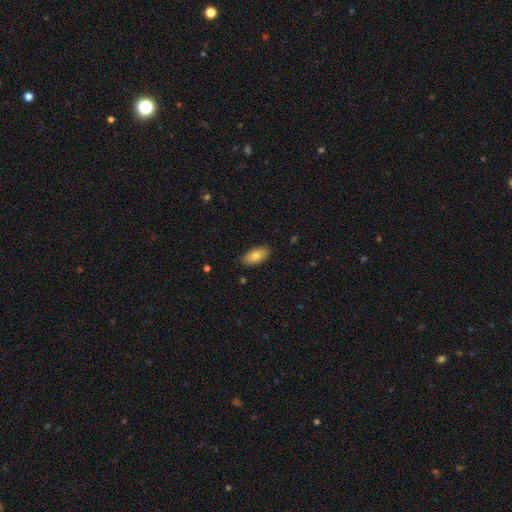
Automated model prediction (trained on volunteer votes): Overall: smooth (78%). How rounded: in between (91%). Merging: none (87%).